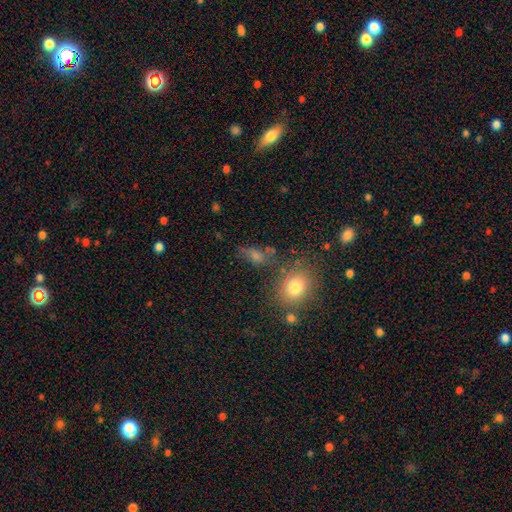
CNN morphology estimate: Smooth or featured?
  - smooth: 56% *
  - star or artifact: 25%
  - featured or disk: 19%
How rounded?
  - in between: 64% *
  - round: 26%
  - cigar-shaped: 11%
Merging?
  - none: 58% *
  - minor disturbance: 20%
  - major disturbance: 13%
  - merger: 10%